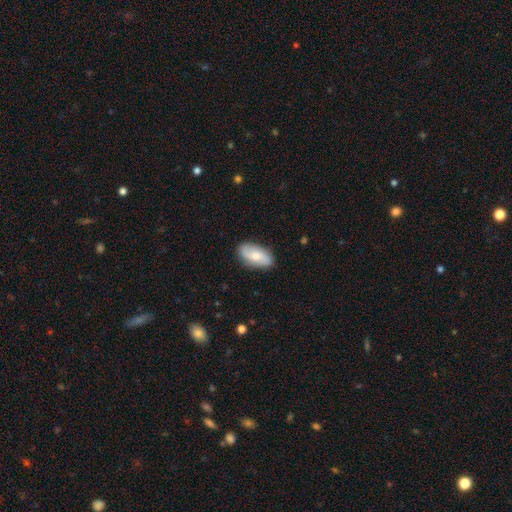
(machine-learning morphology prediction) Smooth or featured? Predicted: smooth (p=0.48). Merging? Predicted: none (p=0.83).